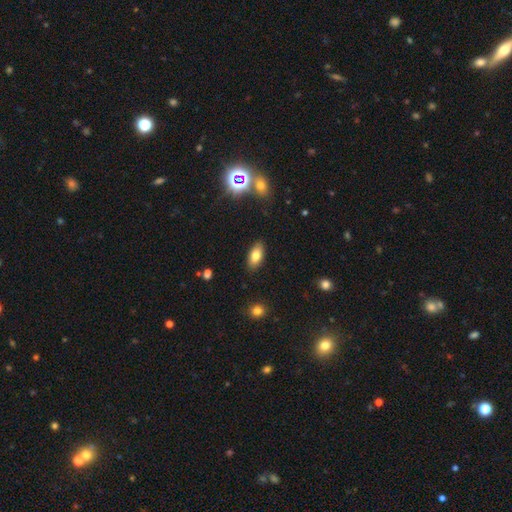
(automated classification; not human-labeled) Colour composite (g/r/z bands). It shows a smooth galaxy with no disk features (77%) that is in between round and cigar-shaped (88%). Merging: none (87%).